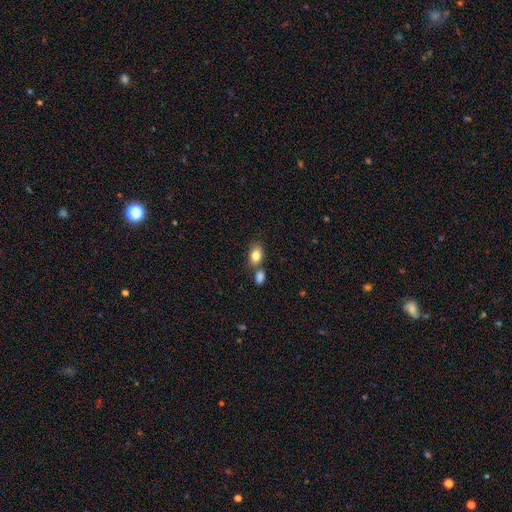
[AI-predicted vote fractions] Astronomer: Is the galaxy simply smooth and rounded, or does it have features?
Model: smooth — 83%.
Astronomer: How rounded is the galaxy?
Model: in between — 79%.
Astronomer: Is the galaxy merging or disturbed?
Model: none — 52% (runner-up: merger, 30%).